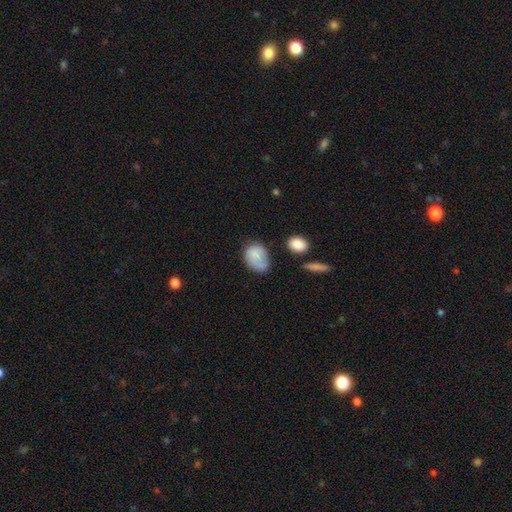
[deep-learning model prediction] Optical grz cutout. It shows a smooth galaxy with no disk features (75%) that is in between round and cigar-shaped (65%). Merging: none (46%).